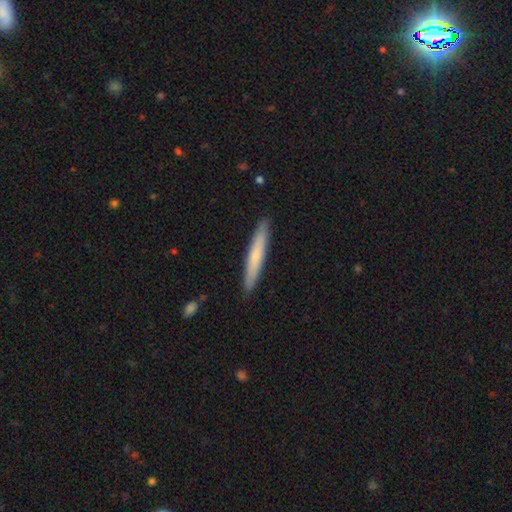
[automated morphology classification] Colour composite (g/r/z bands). It shows a smooth galaxy with no disk features (67%) that is cigar-shaped (95%). Merging: none (91%).